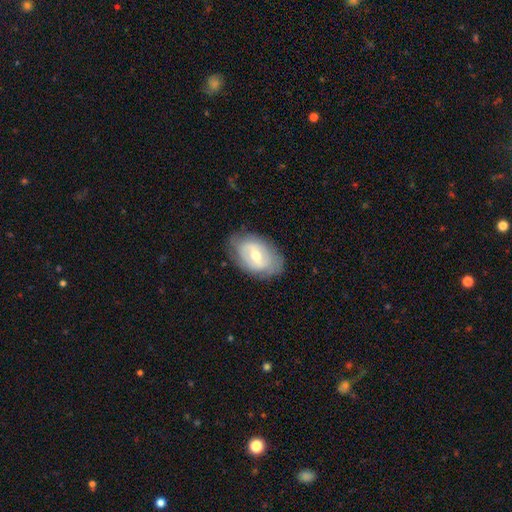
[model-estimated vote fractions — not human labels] A featured or disk galaxy (57%) with a weak bar (48%), spiral arms (53%) and a moderate central bulge (55%). Merging: none (74%).